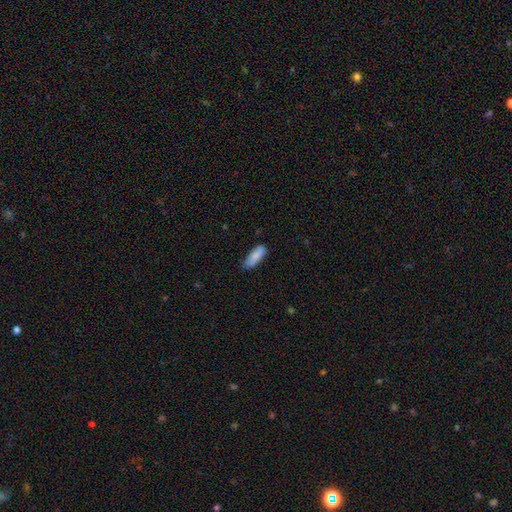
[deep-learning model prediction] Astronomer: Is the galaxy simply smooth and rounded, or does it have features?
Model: smooth — 87%.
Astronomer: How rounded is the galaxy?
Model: in between — 62%.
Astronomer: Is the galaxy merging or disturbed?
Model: none — 77%.